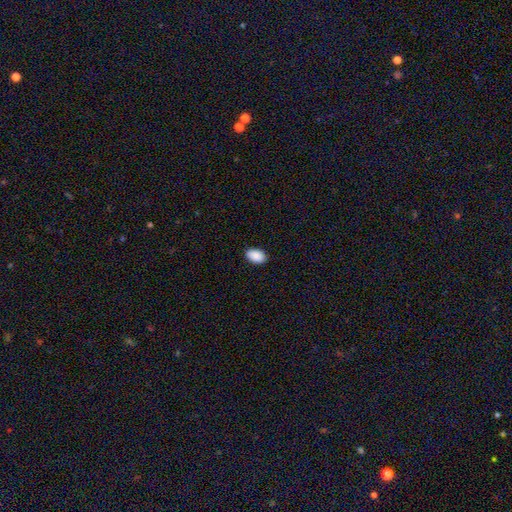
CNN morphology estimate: Smooth or featured? Predicted: smooth (p=0.91). How rounded? Predicted: in between (p=0.92). Merging? Predicted: none (p=0.89).